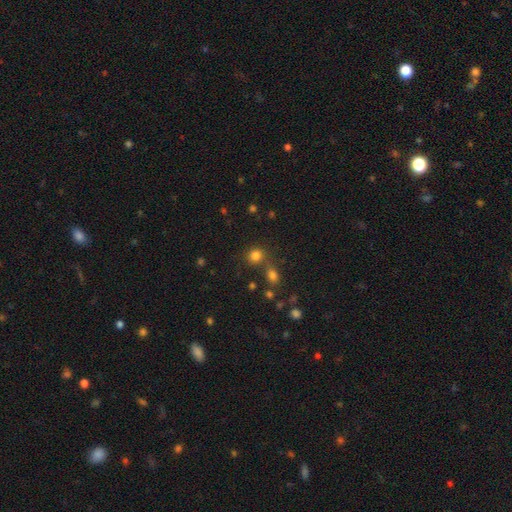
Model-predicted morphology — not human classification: smooth_or_featured: smooth (p=0.78) [alt: star or artifact p=0.16]
how_rounded: round (p=0.81) [alt: in between p=0.18]
merging: none (p=0.65) [alt: merger p=0.21]